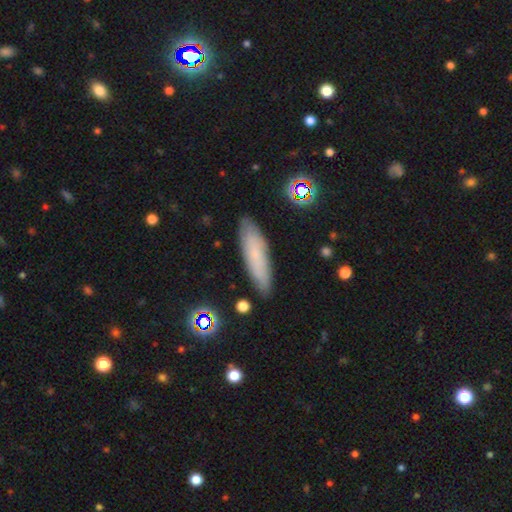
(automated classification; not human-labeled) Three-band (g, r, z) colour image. It shows a smooth galaxy with no disk features (69%) that is cigar-shaped (69%). Merging: none (86%).